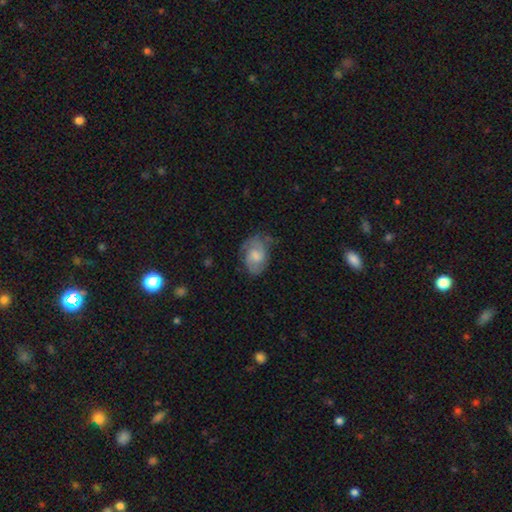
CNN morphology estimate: Smooth or featured? Predicted: featured or disk (p=0.52). Edge-on disk? Predicted: no (p=0.97). Merging? Predicted: none (p=0.60).